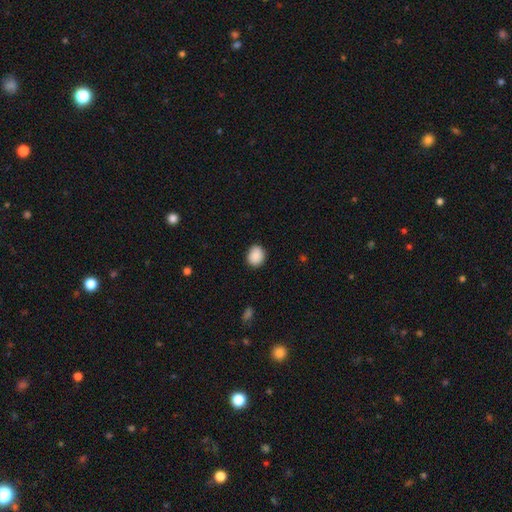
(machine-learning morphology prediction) smooth-or-featured: smooth: 89% | star or artifact: 7% | featured or disk: 4%
  how-rounded: round: 65% | in between: 34% | cigar-shaped: 1%
  merging: none: 85% | minor disturbance: 12% | major disturbance: 2% | merger: 1%